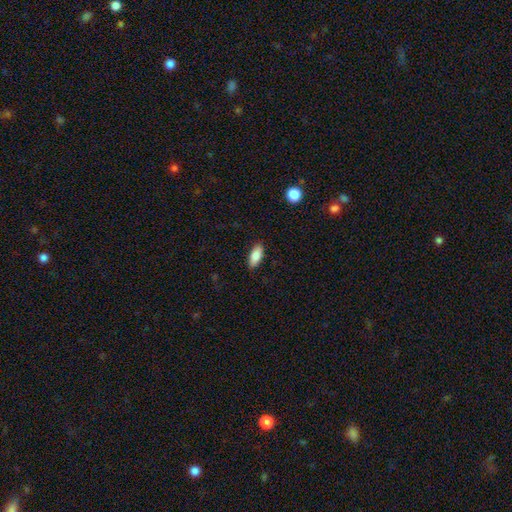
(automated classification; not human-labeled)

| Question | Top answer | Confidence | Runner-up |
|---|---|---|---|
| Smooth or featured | smooth | 85% | featured or disk (9%) |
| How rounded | in between | 84% | cigar-shaped (13%) |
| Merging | none | 87% | minor disturbance (10%) |